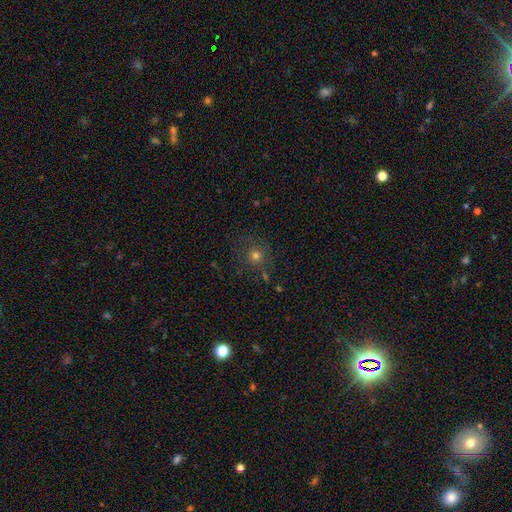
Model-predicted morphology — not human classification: Q: Smooth or featured?
A: smooth (60%); runner-up: star or artifact (26%)
Q: How rounded?
A: round (92%); runner-up: in between (7%)
Q: Merging?
A: none (73%); runner-up: minor disturbance (15%)